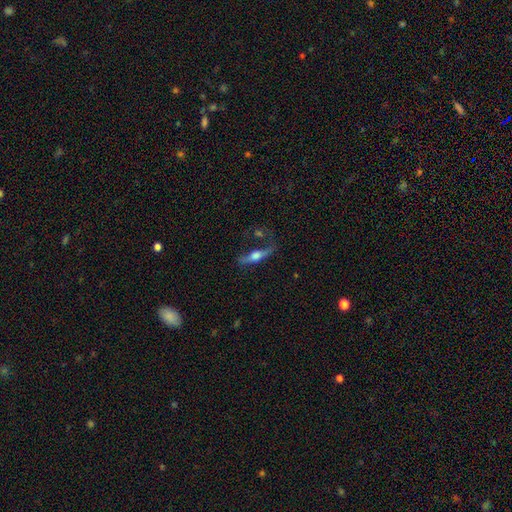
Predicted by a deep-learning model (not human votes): Smooth or featured?
  - featured or disk: 53% *
  - smooth: 39%
  - star or artifact: 8%
Edge-on disk?
  - yes: 86% *
  - no: 14%
Merging?
  - none: 56% *
  - minor disturbance: 20%
  - major disturbance: 16%
  - merger: 8%